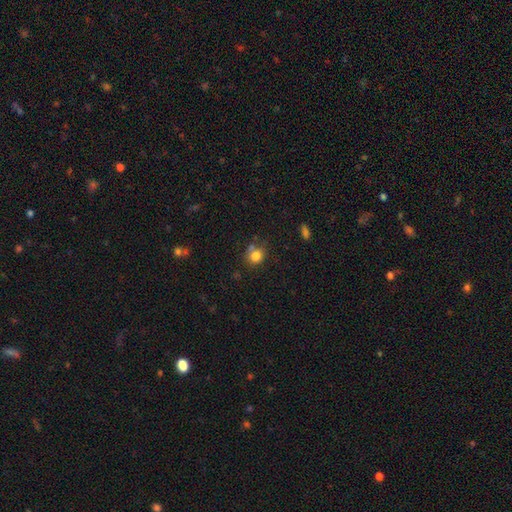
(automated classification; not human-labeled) The model was most divided on "merging": none: 63%, minor disturbance: 17%, merger: 15%, major disturbance: 5%. More confident: smooth or featured — smooth (81%); how rounded — round (80%).